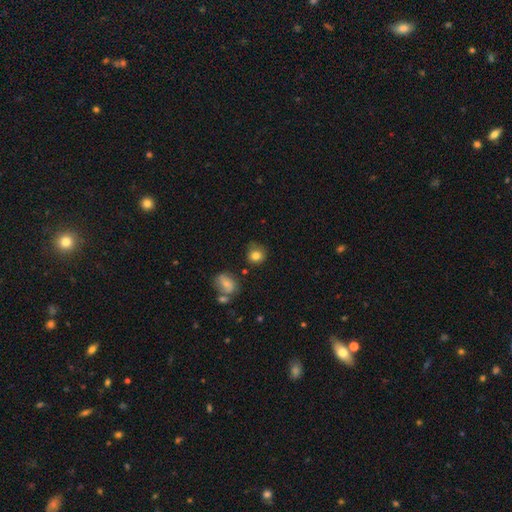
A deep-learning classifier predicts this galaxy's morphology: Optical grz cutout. It shows a smooth galaxy with no disk features (81%) that is round (83%). Merging: none (71%).